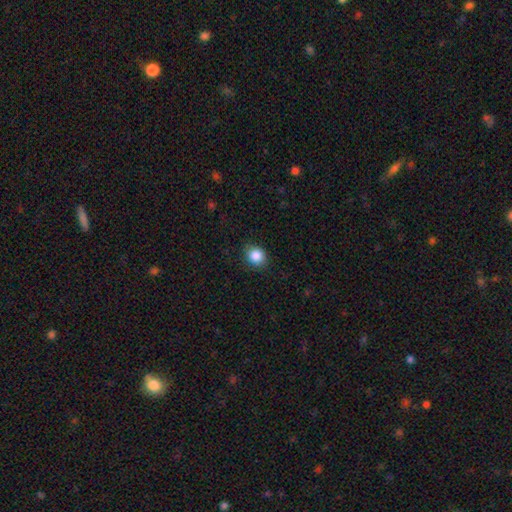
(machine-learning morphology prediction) This is clearly a smooth galaxy (87%). How rounded: likely round (69%). Merging: clearly none (87%).